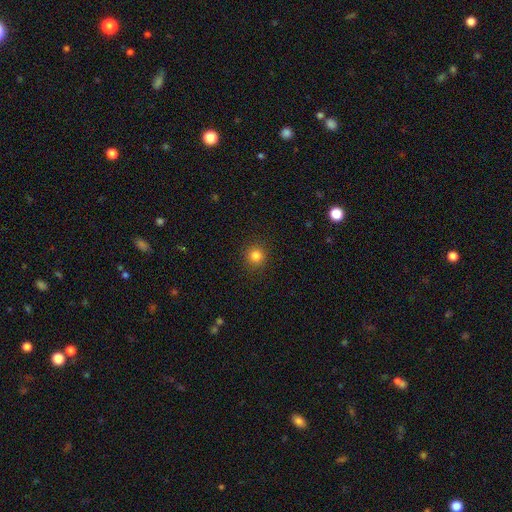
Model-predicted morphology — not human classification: Smooth or featured?
  - smooth: 82% *
  - star or artifact: 13%
  - featured or disk: 5%
How rounded?
  - round: 94% *
  - in between: 6%
  - cigar-shaped: 1%
Merging?
  - none: 91% *
  - minor disturbance: 6%
  - major disturbance: 2%
  - merger: 1%